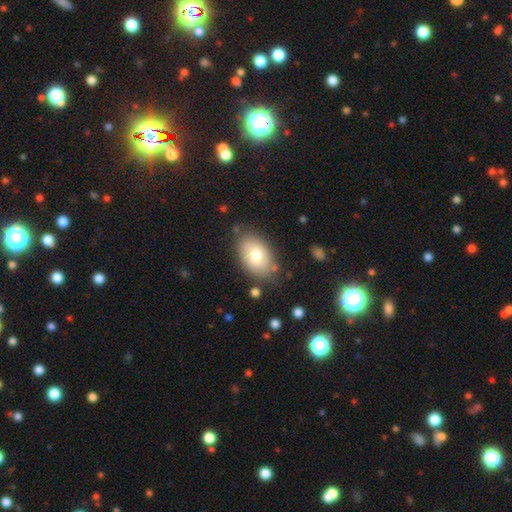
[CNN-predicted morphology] Smooth or featured: smooth — 78% (featured or disk — 14%)
How rounded: in between — 89% (round — 10%)
Merging: none — 78% (minor disturbance — 15%)